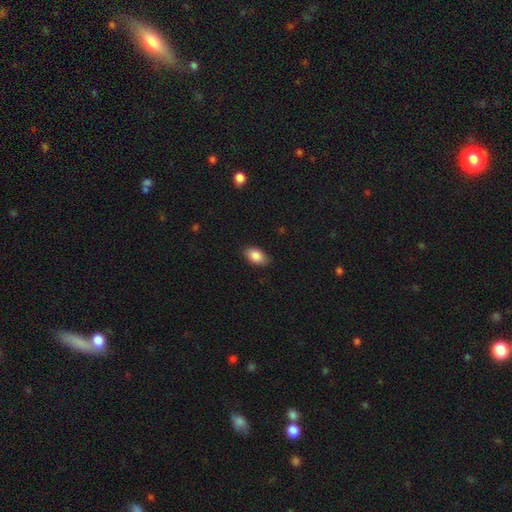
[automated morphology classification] smooth 87%, star or artifact 7%, featured or disk 6%. Down the decision tree: how rounded — in between (92%); merging — none (86%).